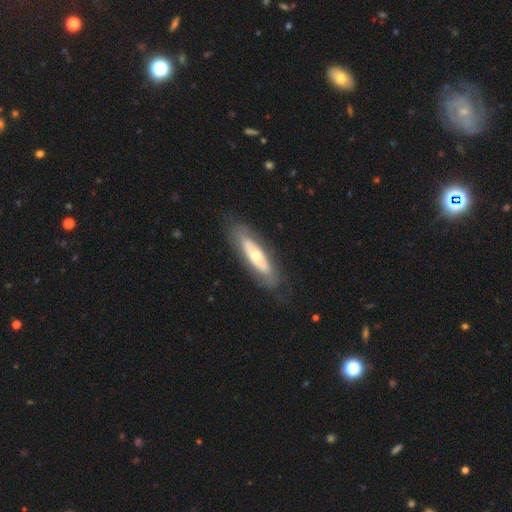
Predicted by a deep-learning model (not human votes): This appears to be a featured or disk galaxy (59%). Merging: none (78%).